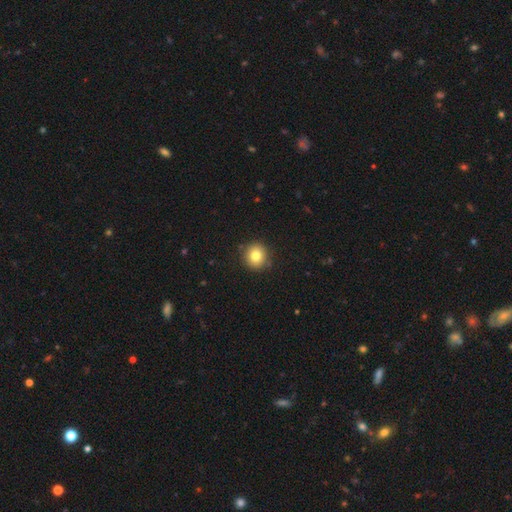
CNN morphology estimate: Smooth or featured: smooth — 80% (star or artifact — 11%)
How rounded: round — 91% (in between — 8%)
Merging: none — 89% (minor disturbance — 8%)